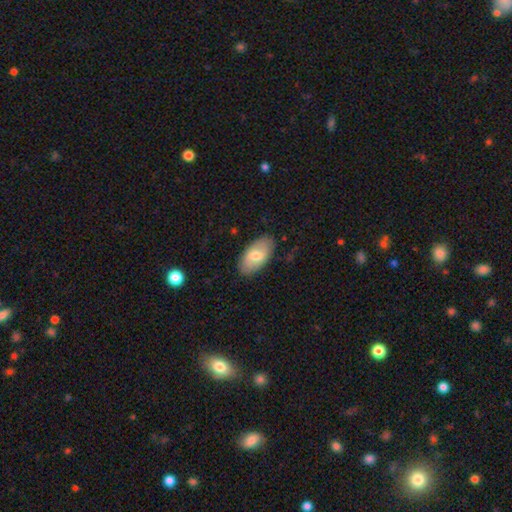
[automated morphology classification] Smooth or featured?
  - smooth: 70% *
  - featured or disk: 24%
  - star or artifact: 6%
How rounded?
  - in between: 94% *
  - round: 3%
  - cigar-shaped: 3%
Merging?
  - none: 85% *
  - minor disturbance: 12%
  - major disturbance: 3%
  - merger: 1%